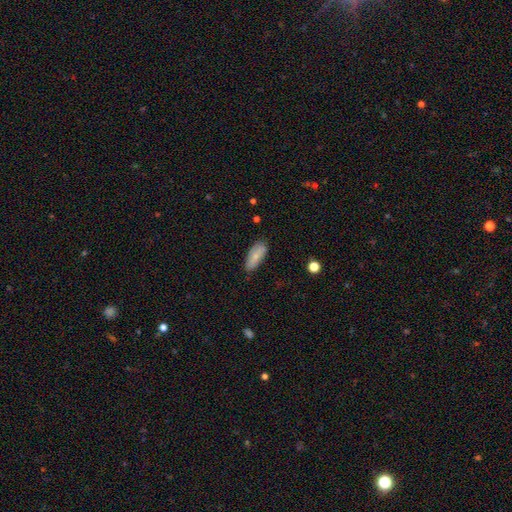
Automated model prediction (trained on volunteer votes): Smooth or featured? Predicted: smooth (p=0.77). How rounded? Predicted: in between (p=0.80). Merging? Predicted: none (p=0.77).